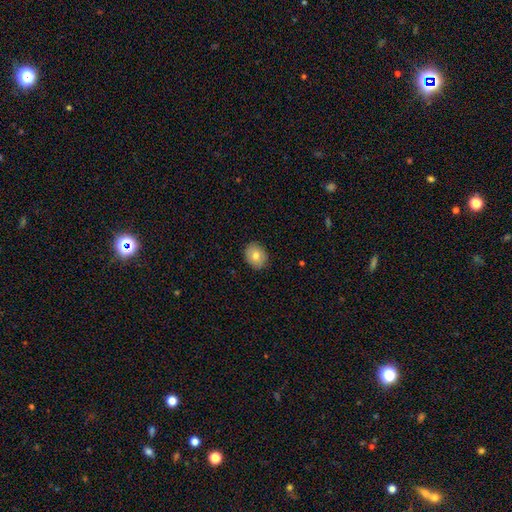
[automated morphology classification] Smooth or featured?
  - smooth: 78% *
  - featured or disk: 14%
  - star or artifact: 8%
How rounded?
  - round: 53% *
  - in between: 46%
  - cigar-shaped: 1%
Merging?
  - none: 88% *
  - minor disturbance: 9%
  - major disturbance: 2%
  - merger: 1%